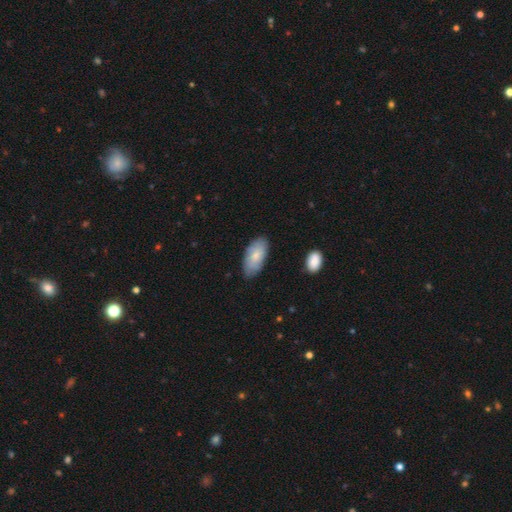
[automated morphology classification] type=smooth (71%); roundness=in between (93%); merging=none (79%).